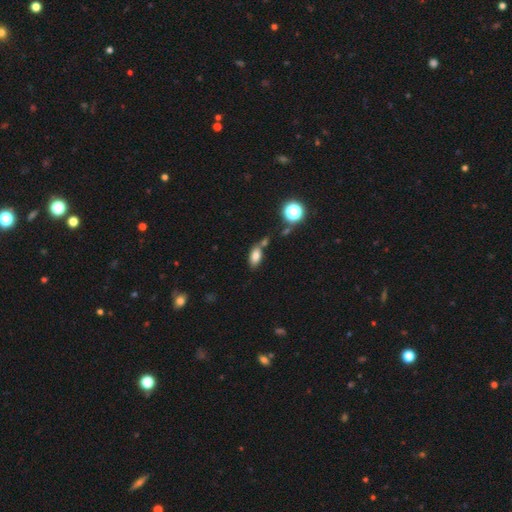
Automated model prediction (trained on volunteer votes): Morphology: type=smooth (80%); roundness=in between (87%); merging=none (61%).